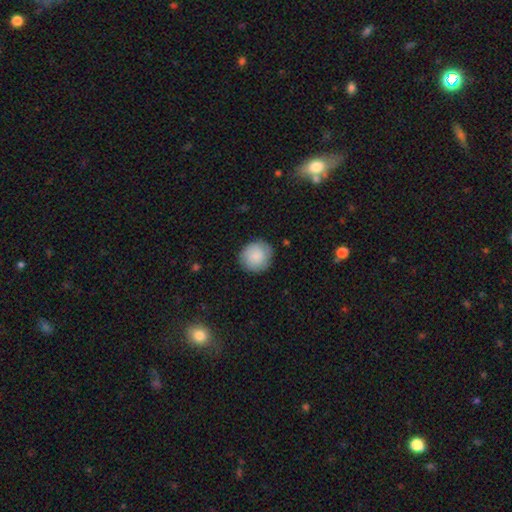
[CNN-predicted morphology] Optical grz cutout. It shows a smooth galaxy with no disk features (84%) that is round (91%). Merging: none (84%).